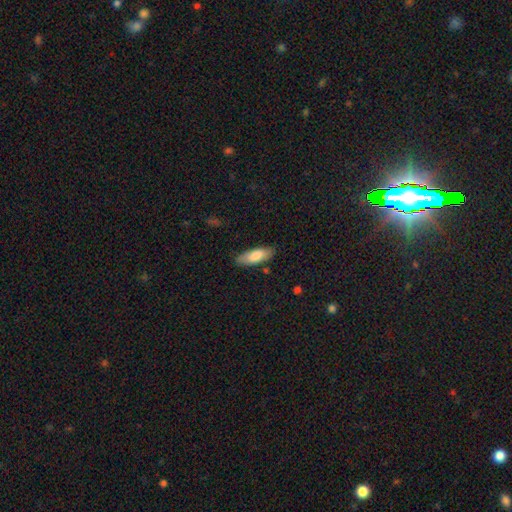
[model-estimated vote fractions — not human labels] smooth-or-featured: smooth: 79% | featured or disk: 15% | star or artifact: 6%
  how-rounded: in between: 67% | cigar-shaped: 31% | round: 2%
  merging: none: 84% | minor disturbance: 12% | major disturbance: 2% | merger: 2%